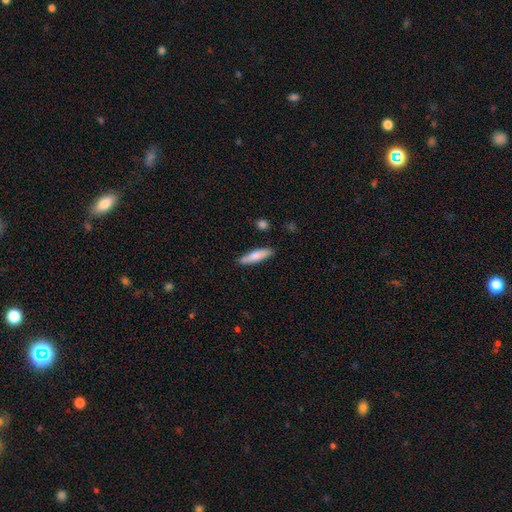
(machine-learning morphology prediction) Smooth or featured: smooth — 76% (featured or disk — 19%)
How rounded: cigar-shaped — 73% (in between — 26%)
Merging: none — 85% (minor disturbance — 11%)